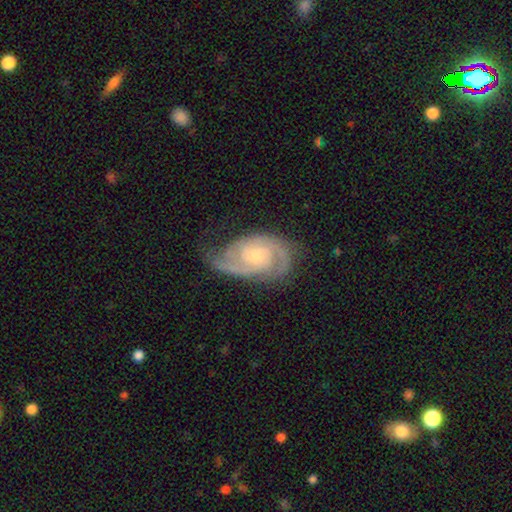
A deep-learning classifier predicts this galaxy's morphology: This appears to be a featured or disk galaxy (90%) with no bar (63%), 2 (68%) tight (57%) spiral arms (98%) and a moderate central bulge (47%). Merging: none (67%).